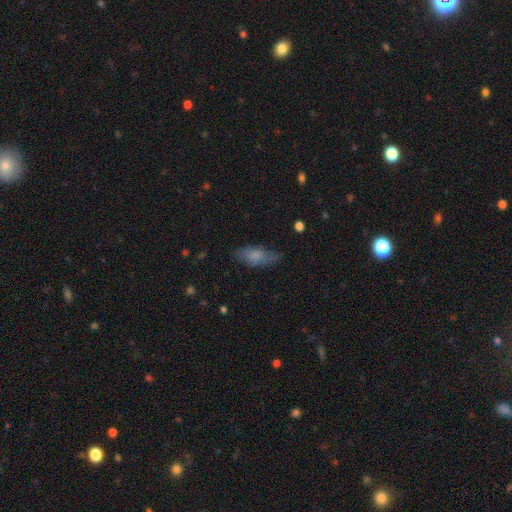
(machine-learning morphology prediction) Smooth or featured?
  - smooth: 71% *
  - featured or disk: 21%
  - star or artifact: 8%
How rounded?
  - in between: 78% *
  - cigar-shaped: 19%
  - round: 3%
Merging?
  - none: 68% *
  - minor disturbance: 23%
  - major disturbance: 8%
  - merger: 2%